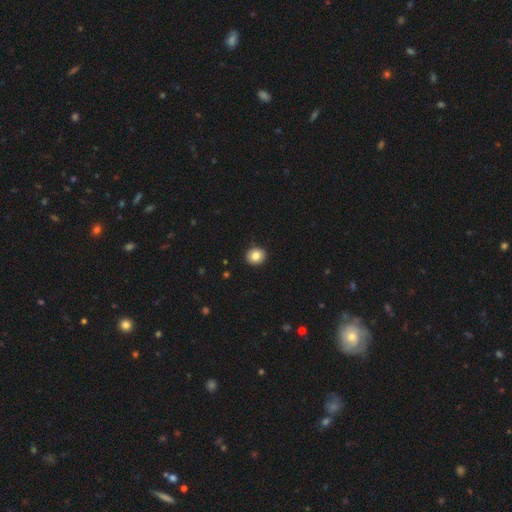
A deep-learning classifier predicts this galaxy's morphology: smooth 84%, star or artifact 9%, featured or disk 7%. Down the decision tree: how rounded — round (76%); merging — none (91%).